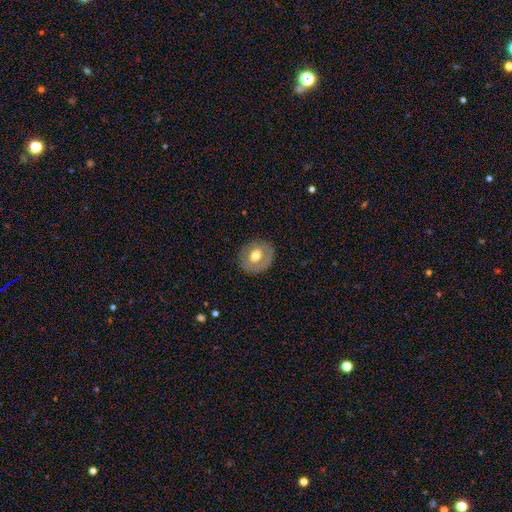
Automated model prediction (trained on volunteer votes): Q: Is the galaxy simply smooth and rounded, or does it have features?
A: smooth — 55%.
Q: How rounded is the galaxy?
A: round — 67%.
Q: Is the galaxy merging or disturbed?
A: none — 82%.